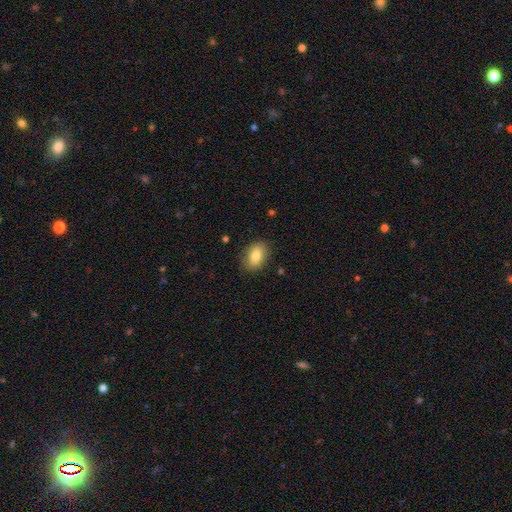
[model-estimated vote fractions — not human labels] smooth 78%, featured or disk 14%, star or artifact 8%. Down the decision tree: how rounded — in between (82%); merging — none (84%).